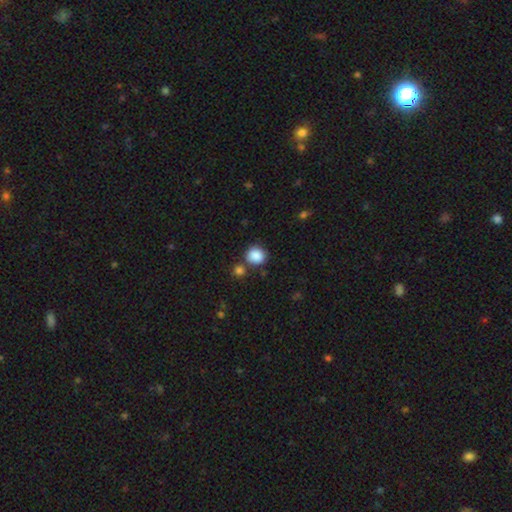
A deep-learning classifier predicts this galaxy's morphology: A smooth galaxy with no disk features (87%) that is round (79%). Merging: none (71%).